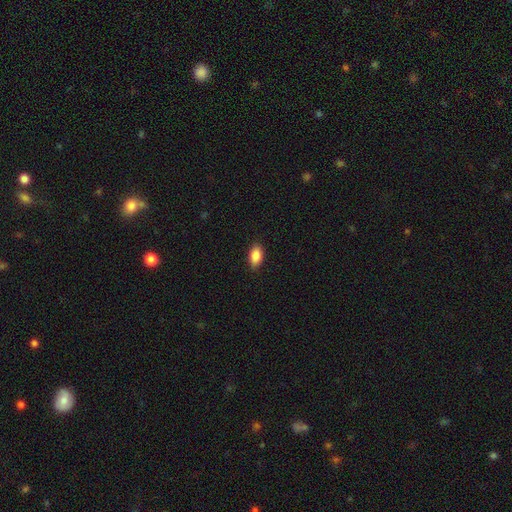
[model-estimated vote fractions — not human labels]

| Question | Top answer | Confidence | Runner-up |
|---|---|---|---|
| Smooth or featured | smooth | 88% | star or artifact (7%) |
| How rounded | in between | 91% | round (5%) |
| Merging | none | 87% | minor disturbance (10%) |